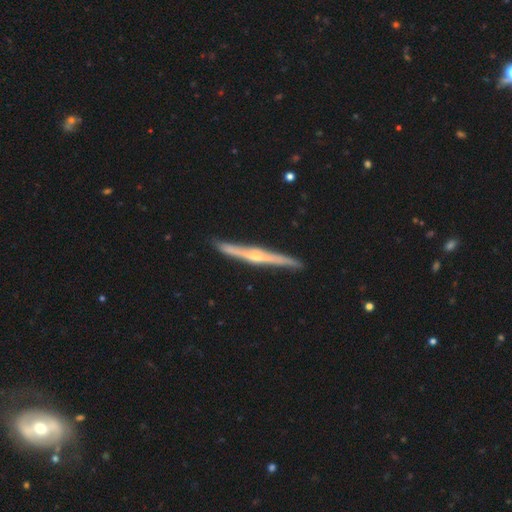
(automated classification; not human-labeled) smooth_or_featured: featured or disk (p=0.75) [alt: smooth p=0.19]
disk_edge_on: yes (p=0.97) [alt: no p=0.03]
edge_on_bulge: rounded (p=0.73) [alt: none p=0.19]
merging: none (p=0.88) [alt: minor disturbance p=0.09]